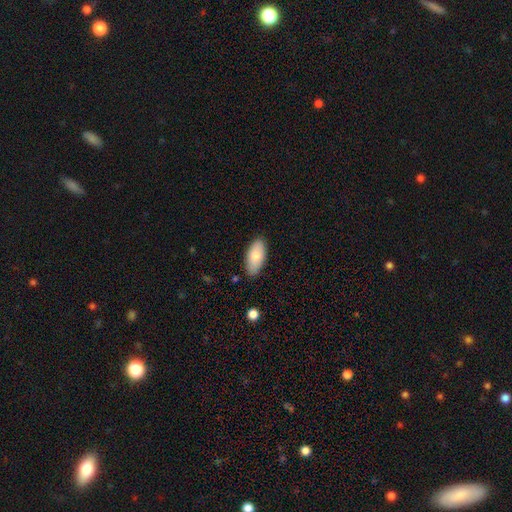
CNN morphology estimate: Overall: smooth (77%). How rounded: in between (91%). Merging: none (83%).